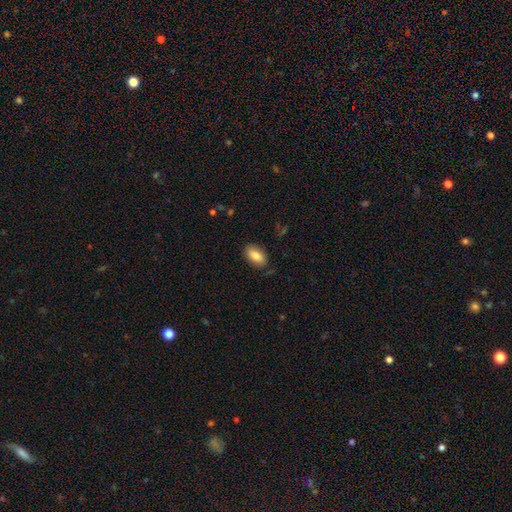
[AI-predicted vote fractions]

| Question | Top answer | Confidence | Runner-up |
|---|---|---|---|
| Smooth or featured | smooth | 83% | featured or disk (10%) |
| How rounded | in between | 92% | round (4%) |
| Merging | none | 84% | minor disturbance (12%) |